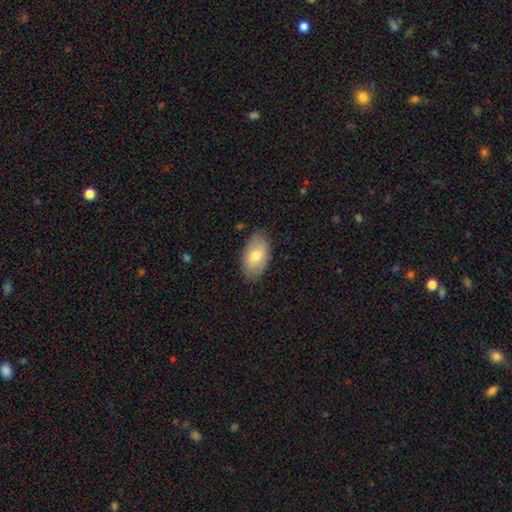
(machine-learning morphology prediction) The model was most divided on "smooth or featured": smooth: 73%, featured or disk: 21%, star or artifact: 6%. More confident: how rounded — in between (93%); merging — none (82%).